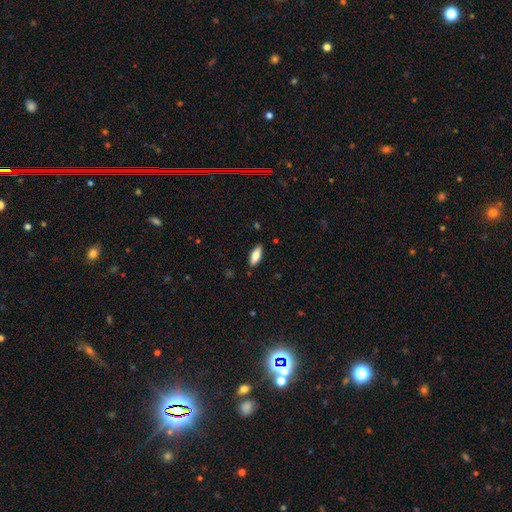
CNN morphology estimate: Smooth or featured? Predicted: smooth (p=0.74). How rounded? Predicted: in between (p=0.73). Merging? Predicted: none (p=0.87).